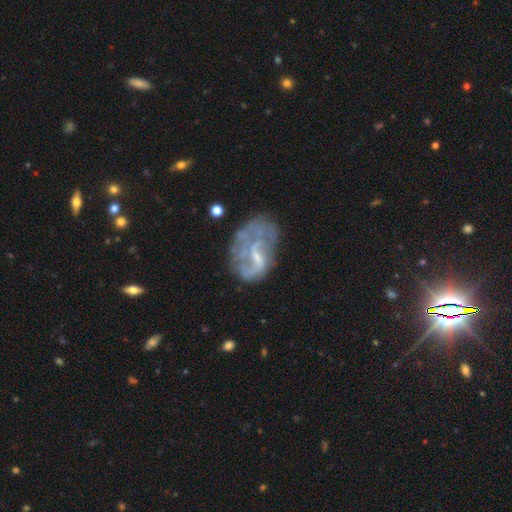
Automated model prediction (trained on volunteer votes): The model was most divided on "merging": none: 39%, major disturbance: 31%, minor disturbance: 24%, merger: 5%. Remaining: edge-on disk — no (97%); smooth or featured — featured or disk (69%); spiral arms — yes (58%); bar — weak (48%); bulge size — small (43%).